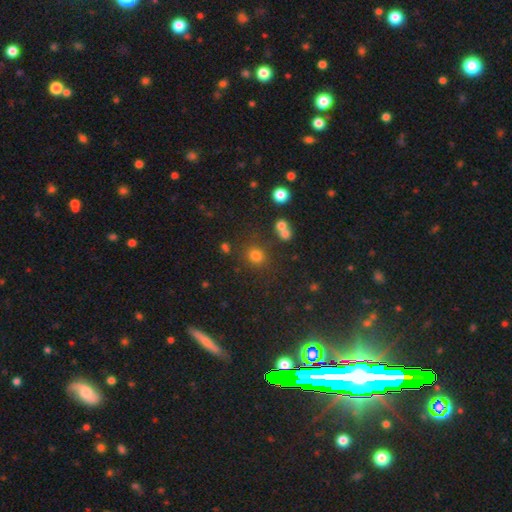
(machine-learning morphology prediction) Q: Smooth or featured?
A: smooth (76%); runner-up: star or artifact (18%)
Q: How rounded?
A: round (86%); runner-up: in between (13%)
Q: Merging?
A: none (78%); runner-up: minor disturbance (9%)